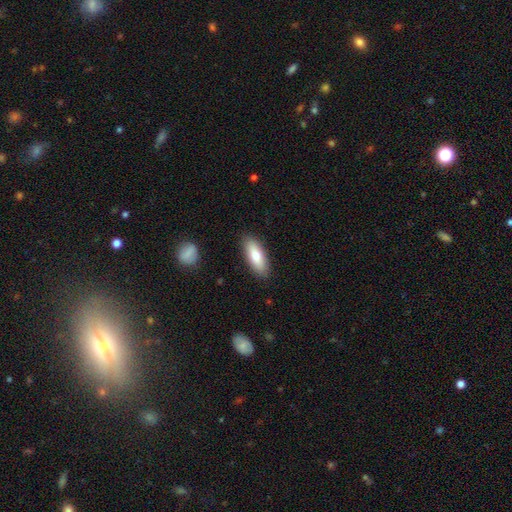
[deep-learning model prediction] smooth_or_featured: smooth (p=0.77) [alt: featured or disk p=0.17]
how_rounded: in between (p=0.68) [alt: cigar-shaped p=0.30]
merging: none (p=0.87) [alt: minor disturbance p=0.09]